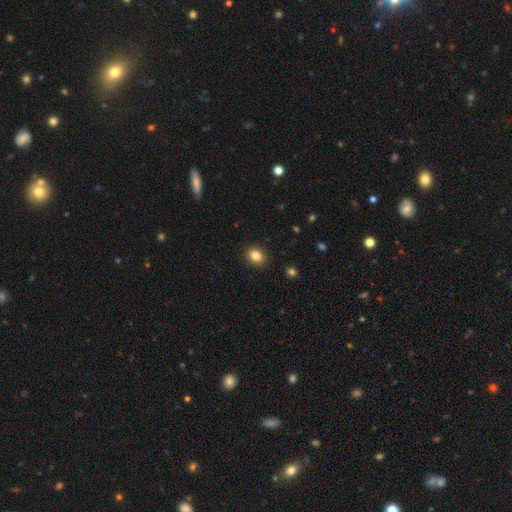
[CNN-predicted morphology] smooth 84%, star or artifact 10%, featured or disk 6%. Down the decision tree: how rounded — in between (51%); merging — none (90%).